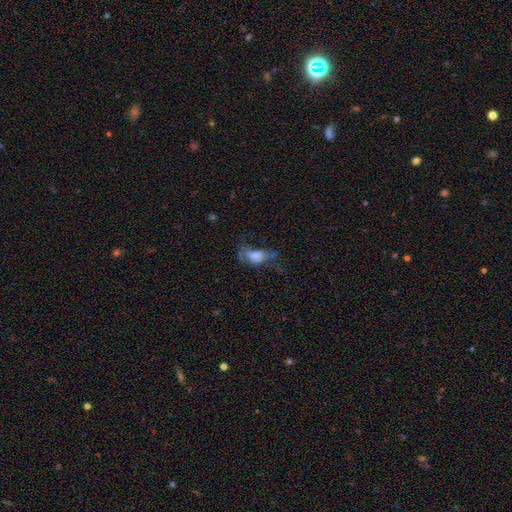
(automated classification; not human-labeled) This is possibly a smooth galaxy (48%). Merging: possibly major disturbance (45%).